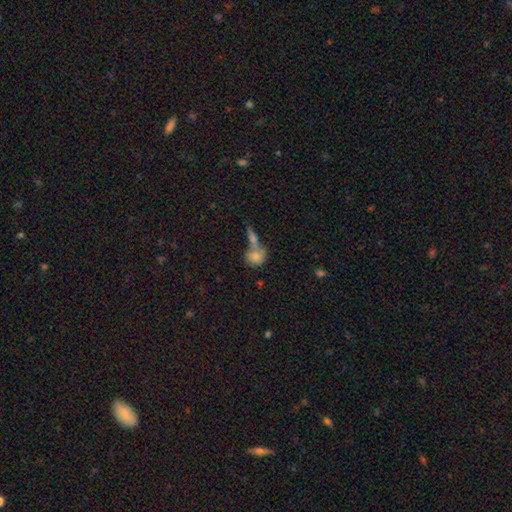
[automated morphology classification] Smooth or featured?
  - smooth: 77% *
  - featured or disk: 15%
  - star or artifact: 9%
How rounded?
  - round: 67% *
  - in between: 29%
  - cigar-shaped: 3%
Merging?
  - merger: 48% *
  - none: 37%
  - minor disturbance: 10%
  - major disturbance: 5%